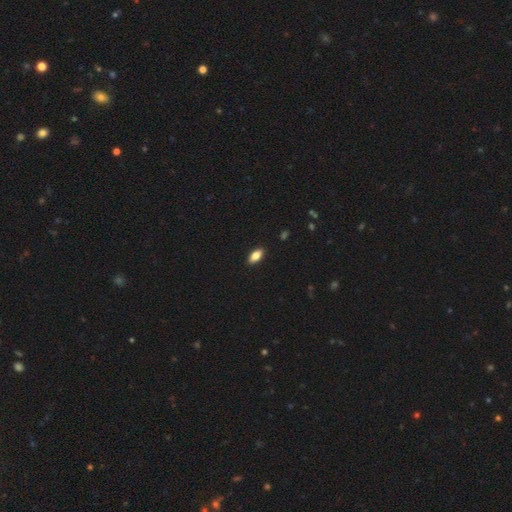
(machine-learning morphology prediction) A smooth galaxy with no disk features (80%) that is in between round and cigar-shaped (89%).

Vote fractions:
- Smooth or featured? smooth: 80% / featured or disk: 13% / star or artifact: 7%
- How rounded? in between: 89% / cigar-shaped: 8% / round: 3%
- Merging? none: 90% / minor disturbance: 8% / major disturbance: 2% / merger: 1%